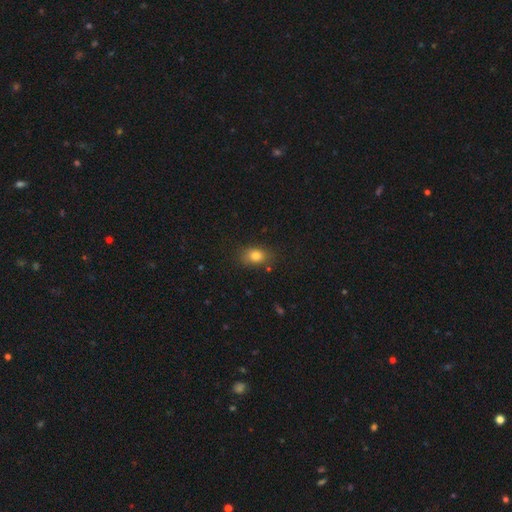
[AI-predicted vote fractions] Overall: smooth (81%). How rounded: in between (71%). Merging: none (75%).